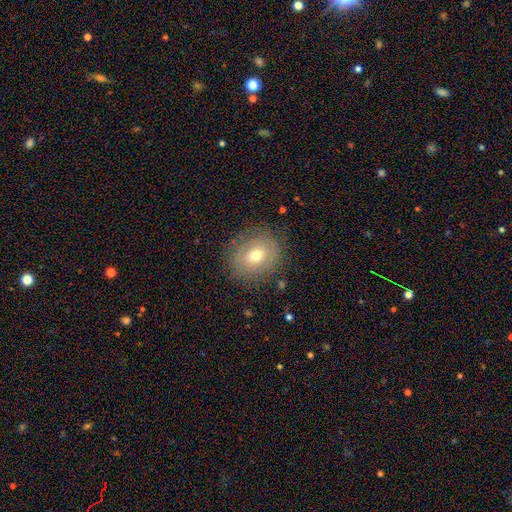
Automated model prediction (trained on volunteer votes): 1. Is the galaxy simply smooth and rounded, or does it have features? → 62% smooth, 27% featured or disk, 11% star or artifact.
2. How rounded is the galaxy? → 71% round, 28% in between, 1% cigar-shaped.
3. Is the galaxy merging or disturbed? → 81% none, 13% minor disturbance, 5% major disturbance, 1% merger.